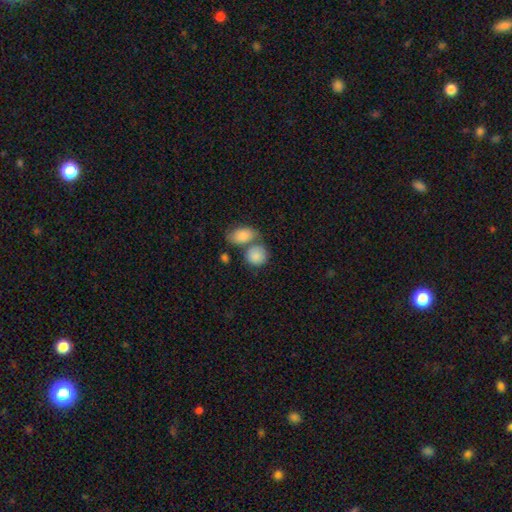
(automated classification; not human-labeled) The model was most divided on "merging": merger: 43%, none: 42%, minor disturbance: 11%, major disturbance: 5%. More confident: smooth or featured — smooth (86%); how rounded — round (66%).